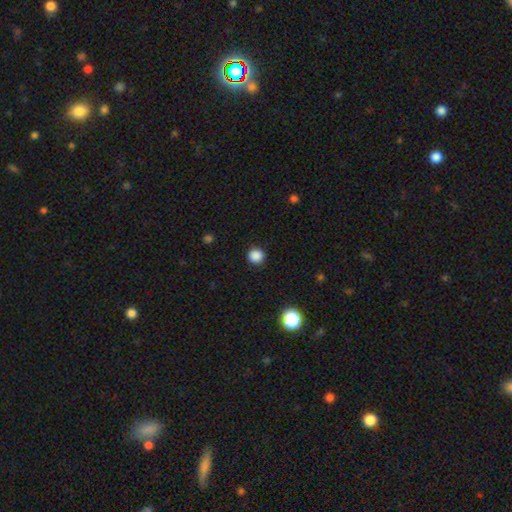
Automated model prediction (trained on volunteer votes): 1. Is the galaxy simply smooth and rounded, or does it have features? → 87% smooth, 11% star or artifact, 2% featured or disk.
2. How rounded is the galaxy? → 91% round, 8% in between, 1% cigar-shaped.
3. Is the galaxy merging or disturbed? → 90% none, 7% minor disturbance, 2% major disturbance, 1% merger.